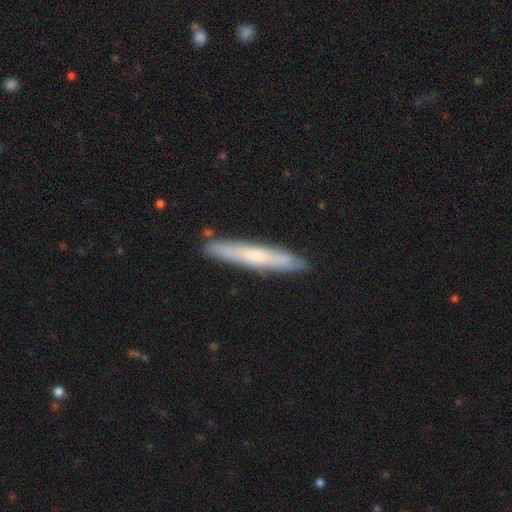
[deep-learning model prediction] Smooth or featured? smooth (49%)
Merging? none (87%)